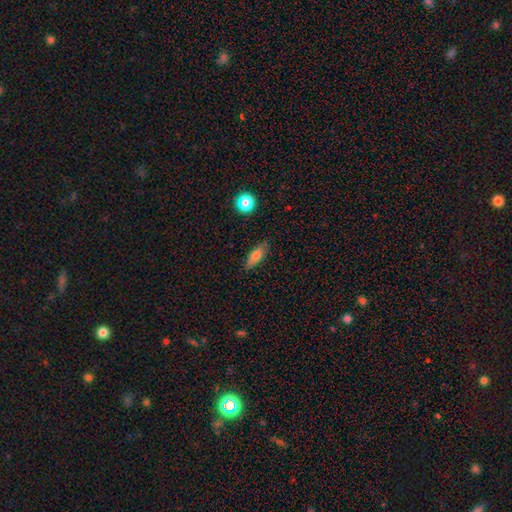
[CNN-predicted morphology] Smooth or featured: smooth — 73% (featured or disk — 18%)
How rounded: in between — 67% (cigar-shaped — 29%)
Merging: none — 83% (minor disturbance — 13%)